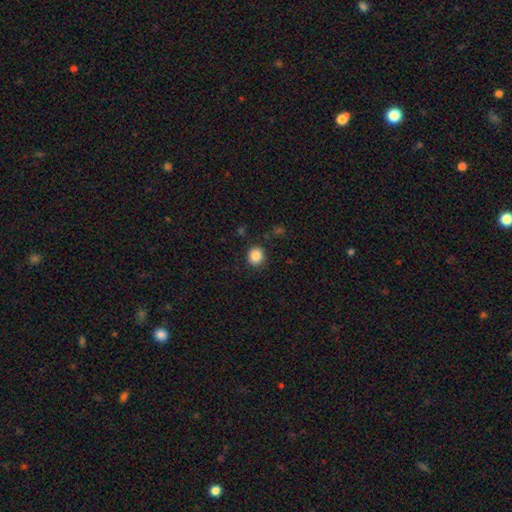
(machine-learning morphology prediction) Smooth or featured: smooth — 86% (star or artifact — 10%)
How rounded: round — 88% (in between — 11%)
Merging: none — 88% (minor disturbance — 7%)